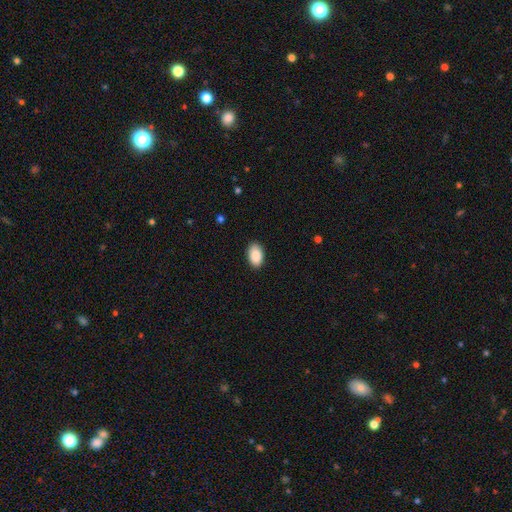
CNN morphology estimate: This appears to be a smooth galaxy with no disk features (90%) that is in between round and cigar-shaped (94%). Merging: none (88%).